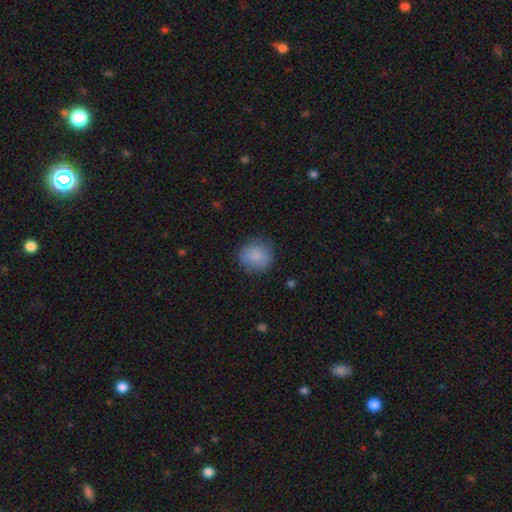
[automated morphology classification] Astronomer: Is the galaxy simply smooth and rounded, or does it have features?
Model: smooth — 84%.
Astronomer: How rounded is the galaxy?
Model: round — 86%.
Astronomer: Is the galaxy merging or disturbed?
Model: none — 75%.